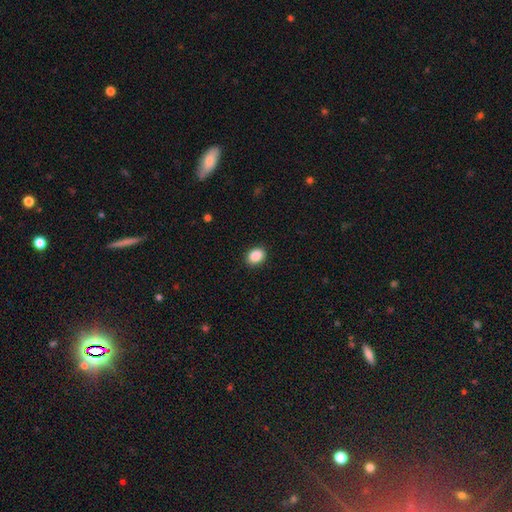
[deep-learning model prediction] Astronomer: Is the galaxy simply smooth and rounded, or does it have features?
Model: smooth — 89%.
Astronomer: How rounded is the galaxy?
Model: in between — 65%.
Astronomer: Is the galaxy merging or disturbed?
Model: none — 90%.